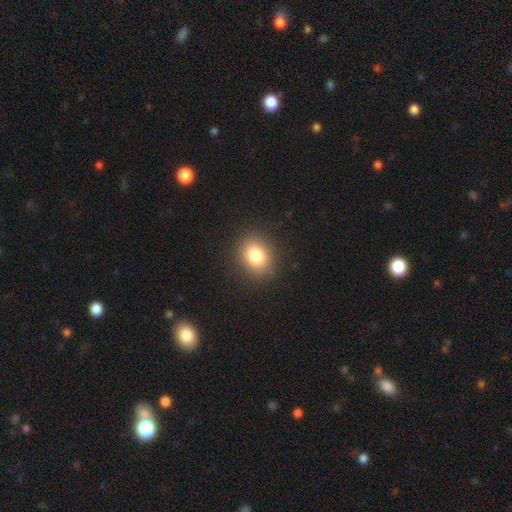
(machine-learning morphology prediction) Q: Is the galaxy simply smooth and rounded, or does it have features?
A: smooth — 81%.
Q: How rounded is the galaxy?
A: round — 53%.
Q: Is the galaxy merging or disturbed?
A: none — 87%.